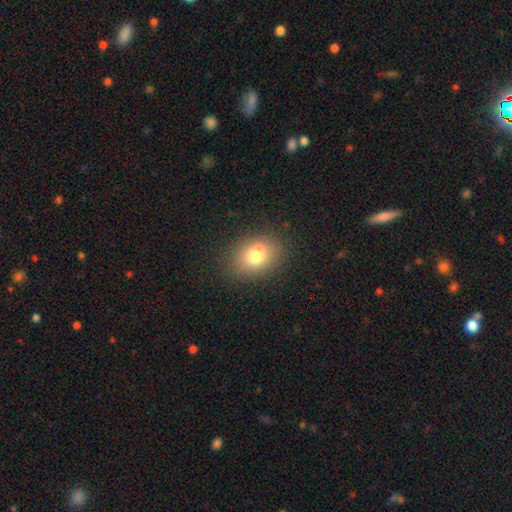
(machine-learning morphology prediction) The model was most divided on "how rounded": in between: 55%, round: 44%, cigar-shaped: 1%. More confident: smooth or featured — smooth (72%); merging — none (67%).